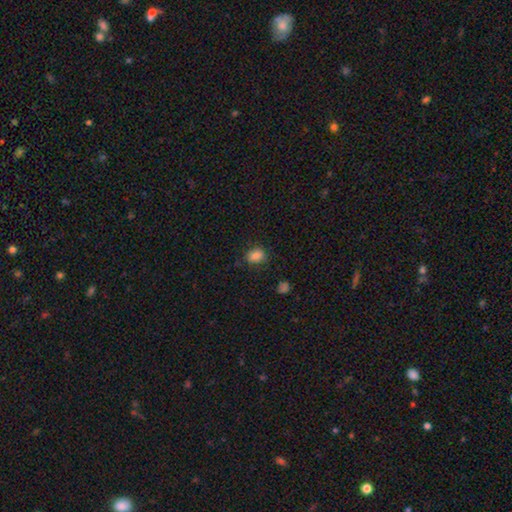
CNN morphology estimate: A smooth galaxy with no disk features (84%) that is in between round and cigar-shaped (57%). Merging: none (77%).